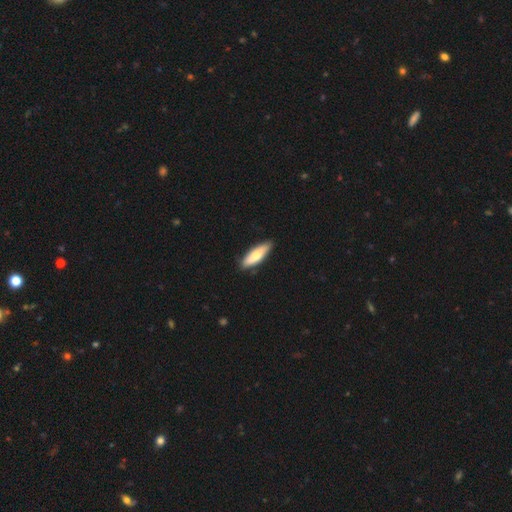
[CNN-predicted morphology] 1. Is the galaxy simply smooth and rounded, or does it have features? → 72% smooth, 23% featured or disk, 5% star or artifact.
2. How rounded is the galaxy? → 55% cigar-shaped, 44% in between, 2% round.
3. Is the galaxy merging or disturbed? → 85% none, 12% minor disturbance, 2% major disturbance, 1% merger.